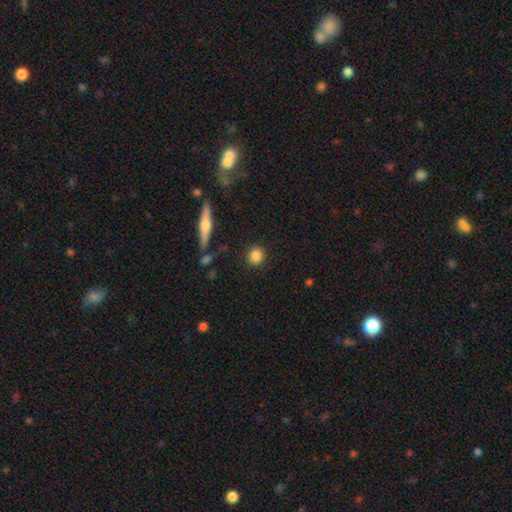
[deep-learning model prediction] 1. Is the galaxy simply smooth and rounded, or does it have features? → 84% smooth, 8% star or artifact, 8% featured or disk.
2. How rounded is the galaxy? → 88% round, 10% in between, 2% cigar-shaped.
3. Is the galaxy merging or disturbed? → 89% none, 6% minor disturbance, 2% merger, 2% major disturbance.